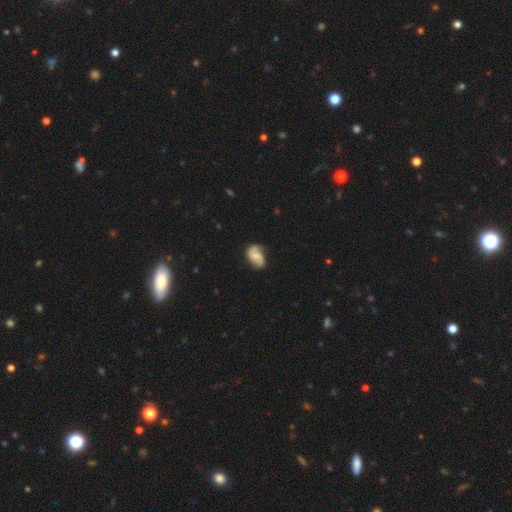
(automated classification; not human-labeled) Morphology: type=featured or disk (63%); edge-on=no (97%); bar=no (52%); spiral arms=yes (92%); winding=medium (41%); arm count=2 (85%); bulge=small (47%); merging=none (67%).